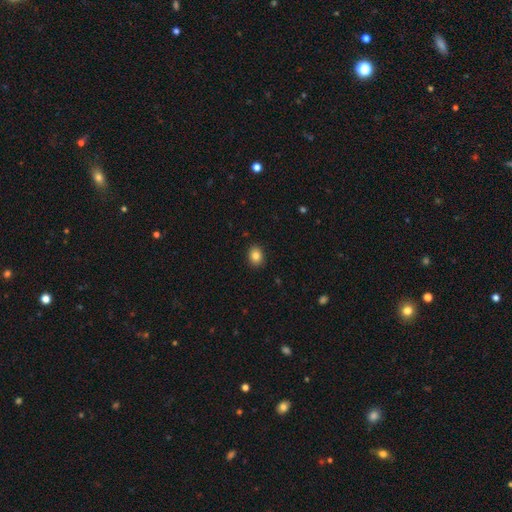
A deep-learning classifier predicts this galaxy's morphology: This is clearly a smooth galaxy (85%). How rounded: possibly round (50%). Merging: clearly none (90%).